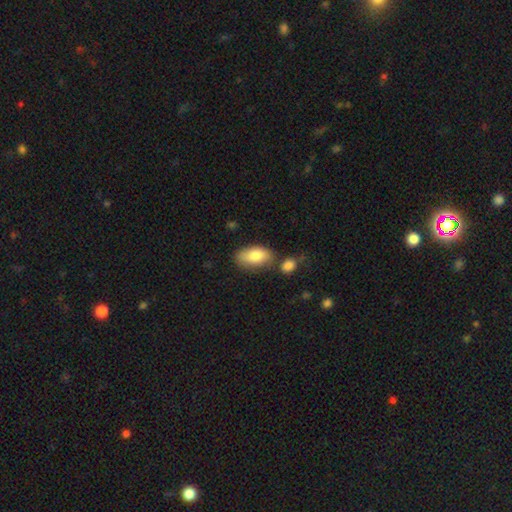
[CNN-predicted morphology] smooth_or_featured: smooth (p=0.81) [alt: featured or disk p=0.12]
how_rounded: in between (p=0.93) [alt: round p=0.04]
merging: none (p=0.63) [alt: minor disturbance p=0.19]